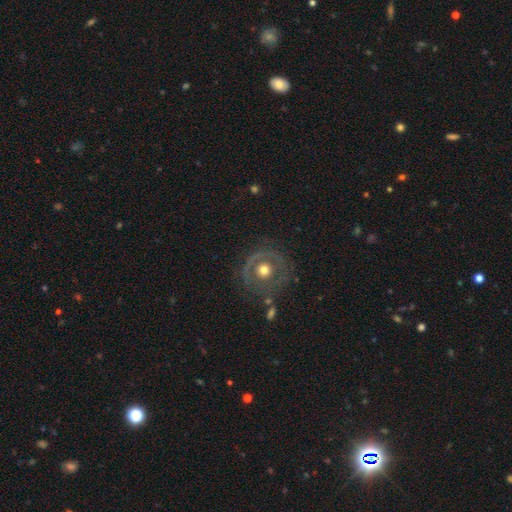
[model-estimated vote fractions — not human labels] Smooth or featured: featured or disk — 52% (smooth — 32%)
Edge-on disk: no — 95% (yes — 5%)
Merging: none — 71% (minor disturbance — 14%)